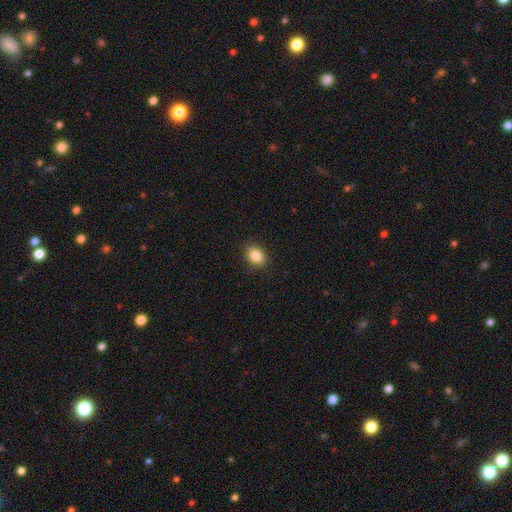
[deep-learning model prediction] smooth-or-featured: smooth: 85% | star or artifact: 9% | featured or disk: 6%
  how-rounded: in between: 69% | round: 30% | cigar-shaped: 1%
  merging: none: 87% | minor disturbance: 10% | major disturbance: 2% | merger: 1%